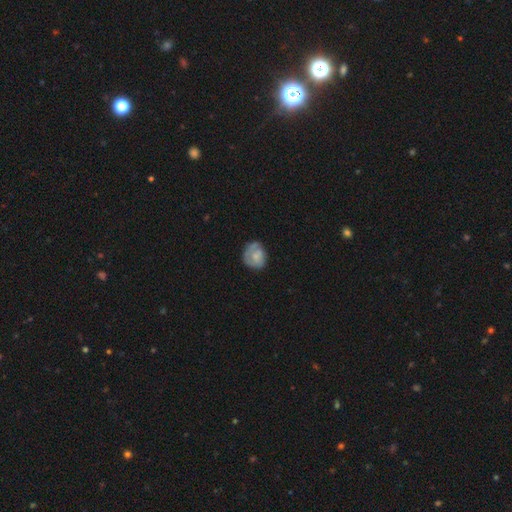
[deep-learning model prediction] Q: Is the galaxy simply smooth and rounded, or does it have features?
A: smooth — 60%.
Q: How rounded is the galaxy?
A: round — 69%.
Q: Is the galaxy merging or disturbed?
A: none — 58%.